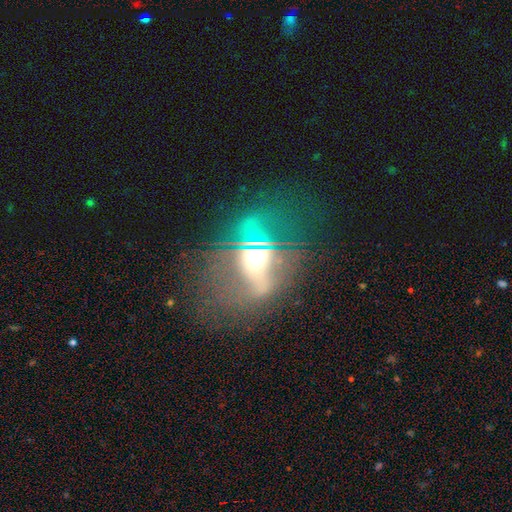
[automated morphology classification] smooth_or_featured: featured or disk (p=0.62) [alt: star or artifact p=0.20]
disk_edge_on: no (p=0.66) [alt: yes p=0.34]
merging: none (p=0.46) [alt: major disturbance p=0.31]